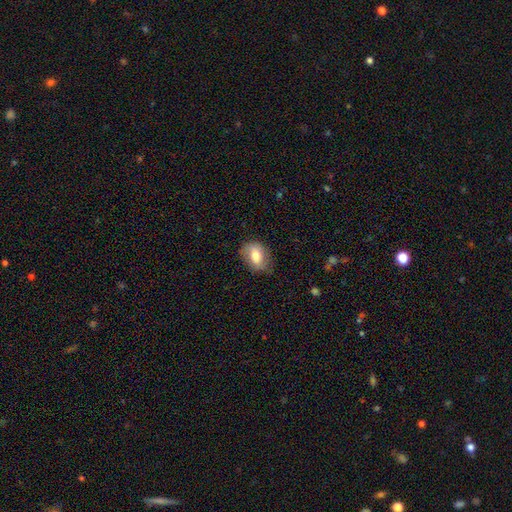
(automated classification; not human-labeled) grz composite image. It shows a smooth galaxy with no disk features (68%) that is in between round and cigar-shaped (71%). Merging: none (72%).